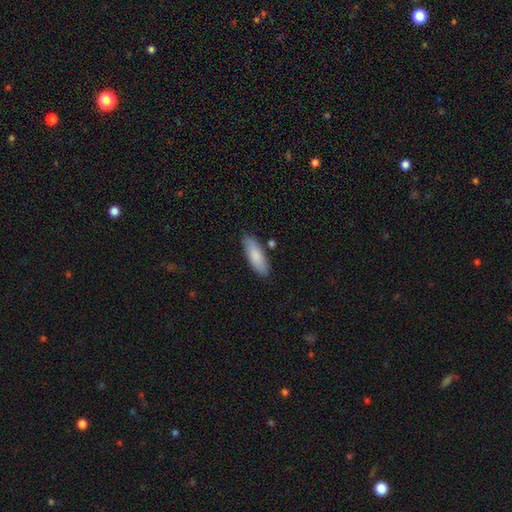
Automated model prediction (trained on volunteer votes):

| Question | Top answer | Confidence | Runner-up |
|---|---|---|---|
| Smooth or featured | smooth | 84% | featured or disk (11%) |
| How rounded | in between | 59% | cigar-shaped (39%) |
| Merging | none | 83% | minor disturbance (11%) |